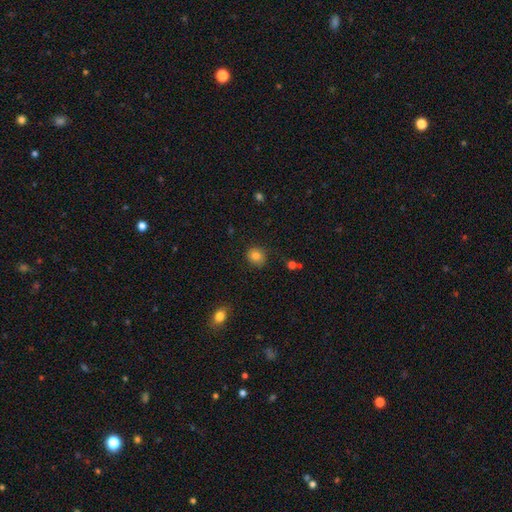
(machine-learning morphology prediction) smooth-or-featured: smooth: 82% | star or artifact: 11% | featured or disk: 8%
  how-rounded: round: 81% | in between: 18% | cigar-shaped: 1%
  merging: none: 83% | minor disturbance: 13% | major disturbance: 3% | merger: 2%